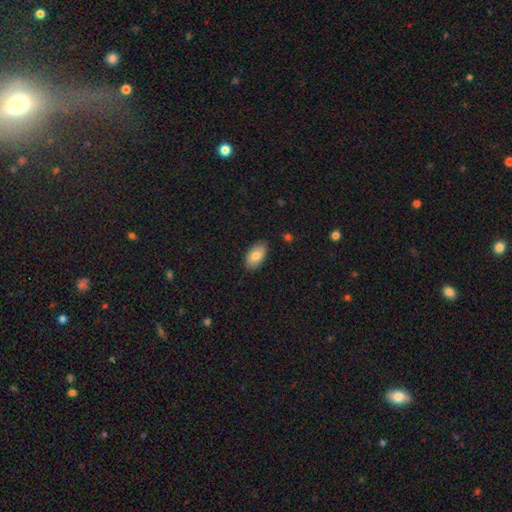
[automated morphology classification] The model was most divided on "smooth or featured": smooth: 82%, featured or disk: 12%, star or artifact: 7%. More confident: how rounded — in between (94%); merging — none (85%).